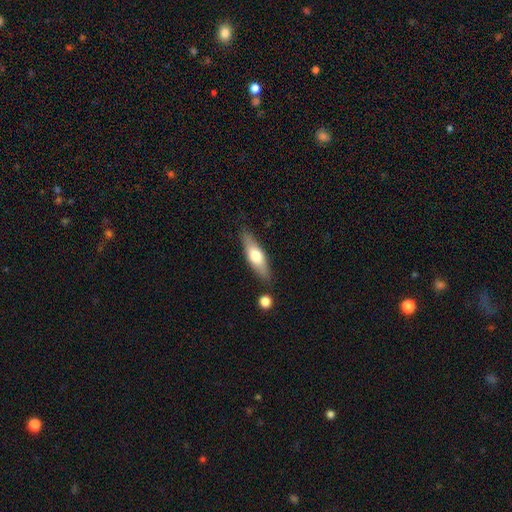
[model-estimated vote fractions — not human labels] Smooth or featured? Predicted: smooth (p=0.57). How rounded? Predicted: cigar-shaped (p=0.58). Merging? Predicted: none (p=0.80).